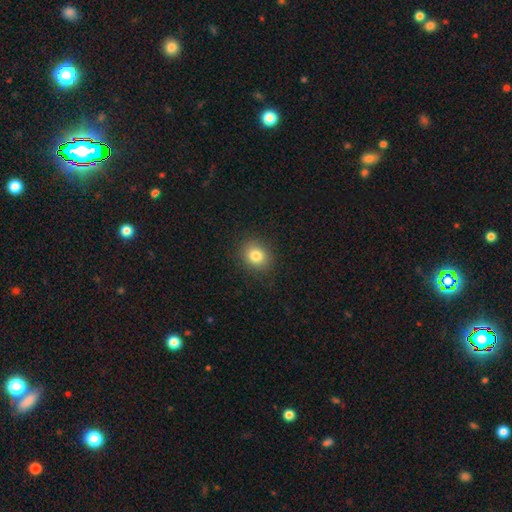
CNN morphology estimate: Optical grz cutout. It shows a smooth galaxy with no disk features (82%) that is round (64%). Merging: none (88%).